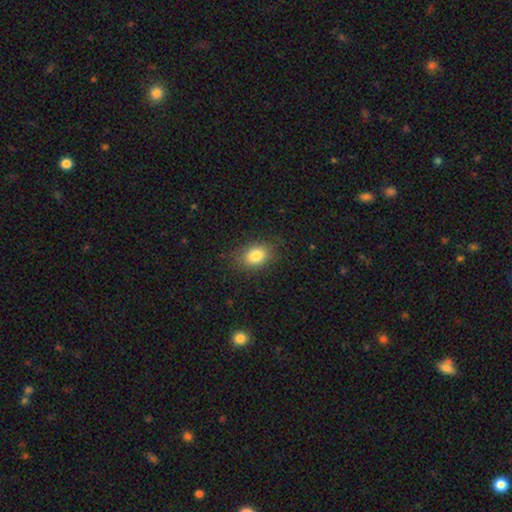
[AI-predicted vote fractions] Overall: smooth (82%). How rounded: in between (71%). Merging: none (82%).